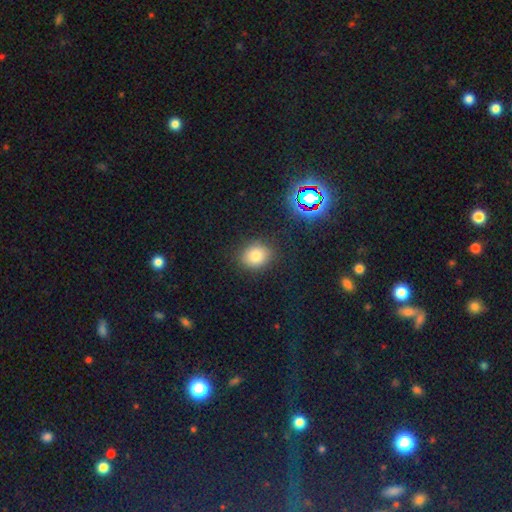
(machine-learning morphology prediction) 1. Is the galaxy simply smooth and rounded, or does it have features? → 76% smooth, 15% star or artifact, 8% featured or disk.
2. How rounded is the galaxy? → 58% round, 41% in between, 1% cigar-shaped.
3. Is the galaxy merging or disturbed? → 85% none, 10% minor disturbance, 3% major disturbance, 2% merger.